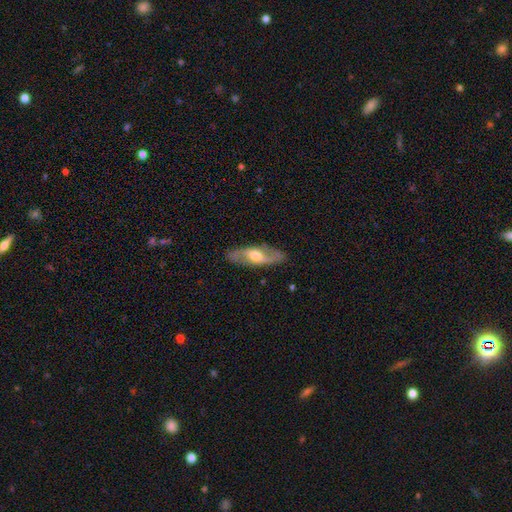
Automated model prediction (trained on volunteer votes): Overall: featured or disk (72%). Edge-on disk: no (80%). Bar: no (45%; weak 39%). Spiral arms: yes (82%). Bulge size: moderate (70%). Merging: none (85%).